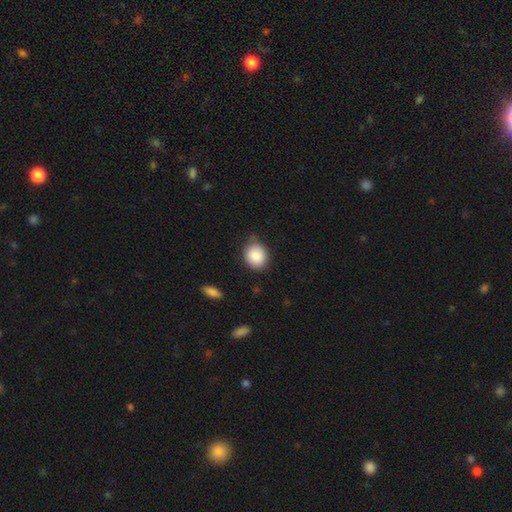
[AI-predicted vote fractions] This is clearly a smooth galaxy (88%). How rounded: likely round (65%). Merging: likely none (72%).